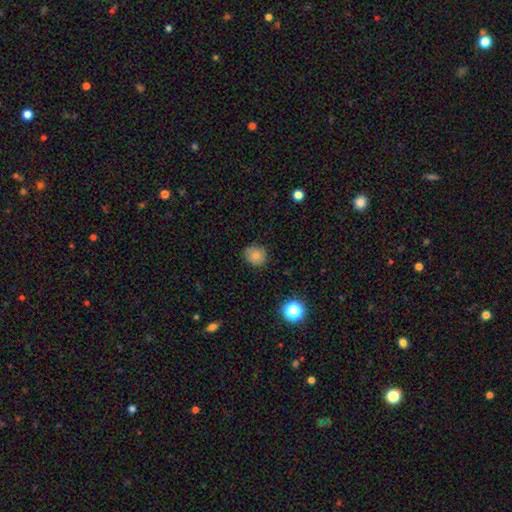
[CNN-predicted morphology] Smooth or featured?
  - smooth: 77% *
  - featured or disk: 12%
  - star or artifact: 11%
How rounded?
  - round: 78% *
  - in between: 21%
  - cigar-shaped: 1%
Merging?
  - none: 81% *
  - minor disturbance: 14%
  - major disturbance: 3%
  - merger: 1%